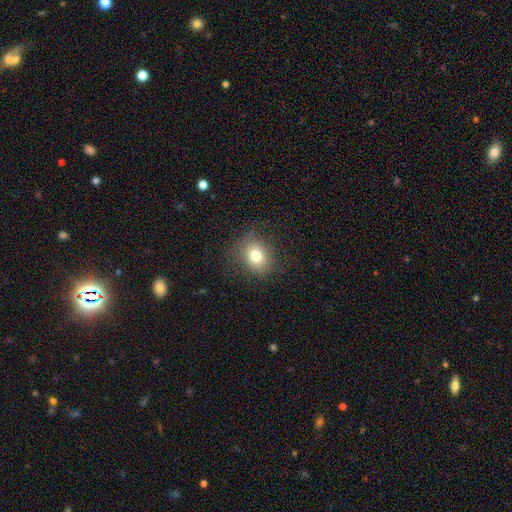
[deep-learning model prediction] Overall: smooth (77%). How rounded: round (63%; in between 36%). Merging: none (81%).